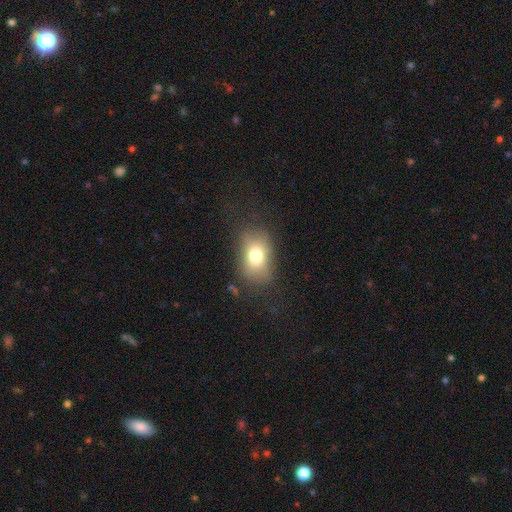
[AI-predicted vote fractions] This appears to be a smooth galaxy with no disk features (74%) that is in between round and cigar-shaped (77%). Merging: none (68%).